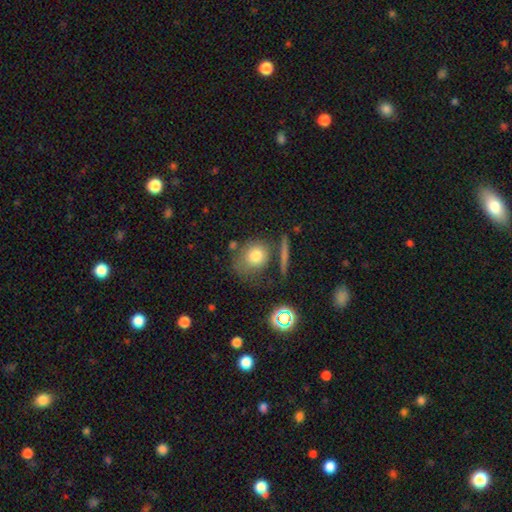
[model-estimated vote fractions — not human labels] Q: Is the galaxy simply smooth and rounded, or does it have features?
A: smooth — 76%.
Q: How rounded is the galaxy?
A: round — 72%.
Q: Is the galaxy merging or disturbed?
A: none — 63%.